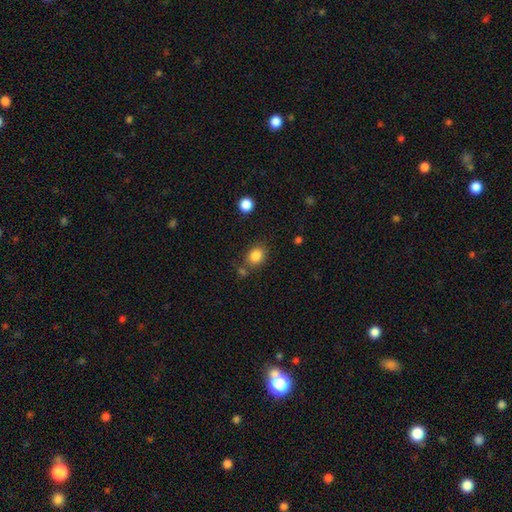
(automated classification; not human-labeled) Q: Smooth or featured?
A: smooth (85%); runner-up: star or artifact (10%)
Q: How rounded?
A: round (50%); runner-up: in between (49%)
Q: Merging?
A: none (71%); runner-up: minor disturbance (14%)